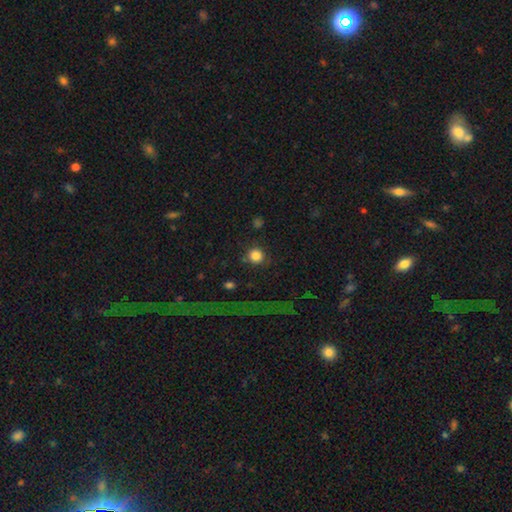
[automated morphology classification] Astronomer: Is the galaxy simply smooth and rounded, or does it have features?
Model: smooth — 84%.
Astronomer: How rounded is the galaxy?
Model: round — 95%.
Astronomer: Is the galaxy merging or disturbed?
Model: none — 85%.